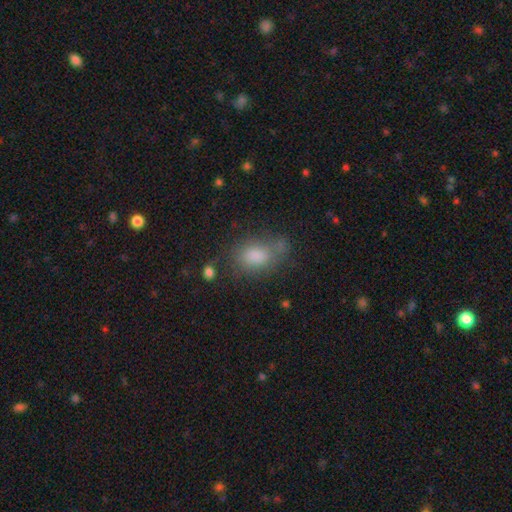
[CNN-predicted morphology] This appears to be a smooth galaxy with no disk features (79%) that is in between round and cigar-shaped (80%). Merging: none (50%).